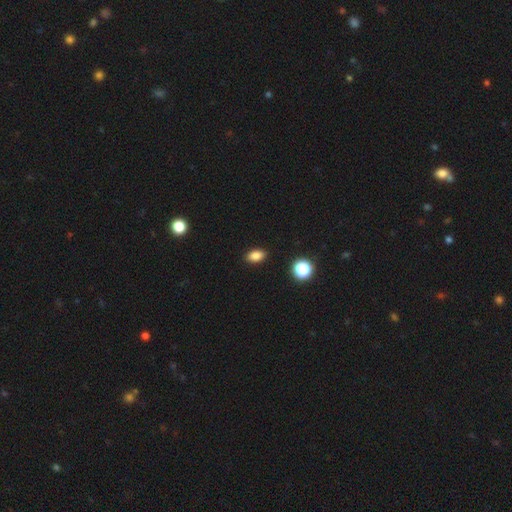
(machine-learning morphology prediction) Smooth or featured?
  - smooth: 84% *
  - star or artifact: 11%
  - featured or disk: 5%
How rounded?
  - in between: 86% *
  - round: 12%
  - cigar-shaped: 2%
Merging?
  - none: 90% *
  - minor disturbance: 7%
  - major disturbance: 2%
  - merger: 1%